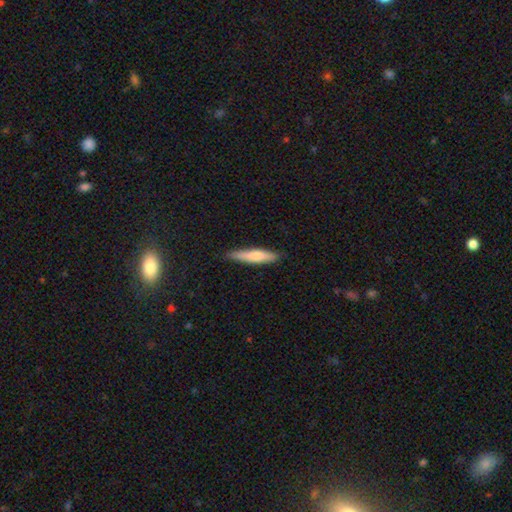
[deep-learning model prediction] Smooth or featured? smooth (75%)
How rounded? cigar-shaped (85%)
Merging? none (84%)